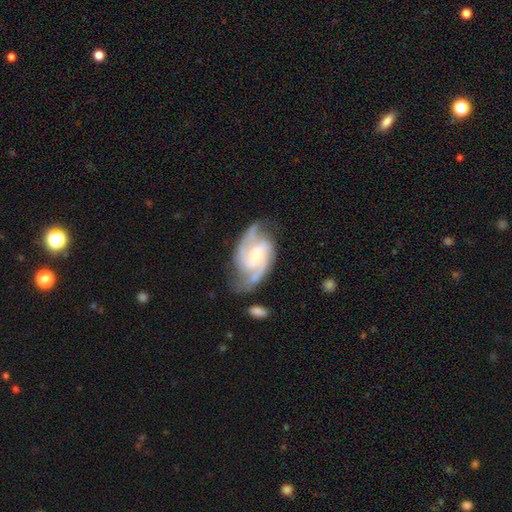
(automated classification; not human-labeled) Q: Smooth or featured?
A: featured or disk (90%); runner-up: smooth (5%)
Q: Edge-on disk?
A: no (97%); runner-up: yes (3%)
Q: Bar?
A: weak (48%); runner-up: no (36%)
Q: Spiral arms?
A: yes (98%); runner-up: no (2%)
Q: Spiral winding?
A: medium (53%); runner-up: tight (35%)
Q: Spiral arm count?
A: 2 (72%); runner-up: 3 (16%)
Q: Bulge size?
A: moderate (44%); runner-up: small (43%)
Q: Merging?
A: none (69%); runner-up: minor disturbance (20%)